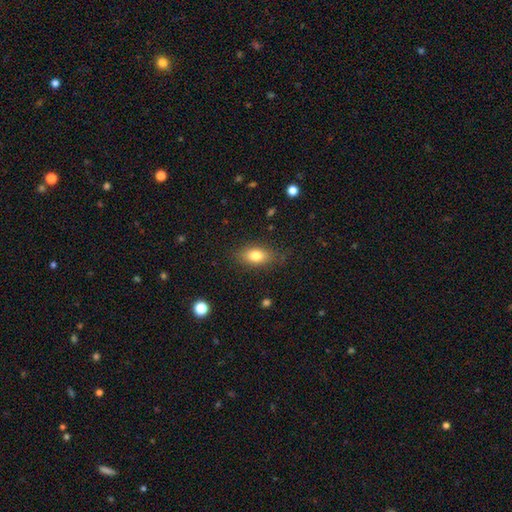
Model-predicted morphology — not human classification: Smooth or featured?
  - smooth: 79% *
  - featured or disk: 13%
  - star or artifact: 9%
How rounded?
  - in between: 84% *
  - round: 10%
  - cigar-shaped: 6%
Merging?
  - none: 80% *
  - minor disturbance: 15%
  - major disturbance: 4%
  - merger: 1%